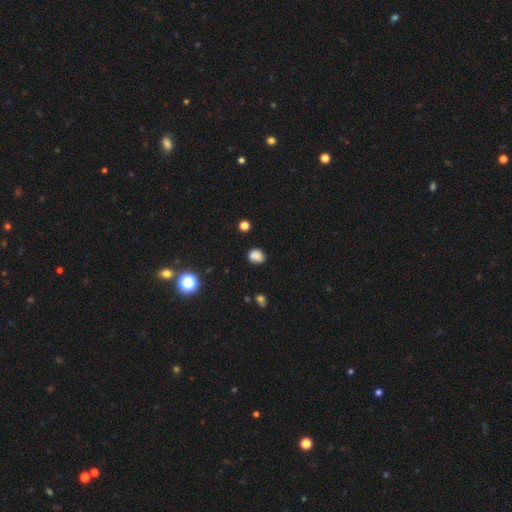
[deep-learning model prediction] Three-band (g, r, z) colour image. It shows a smooth galaxy with no disk features (81%) that is round (55%). Merging: none (70%).